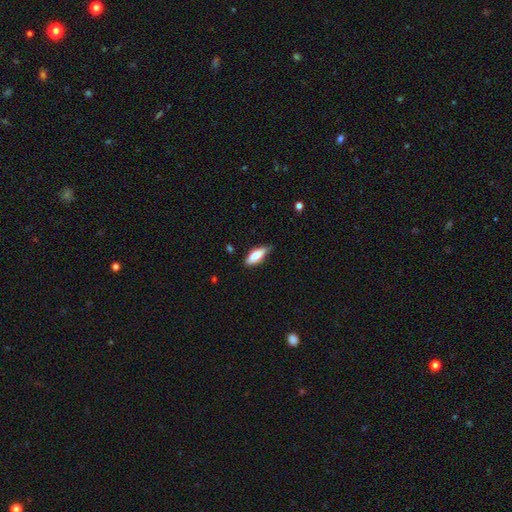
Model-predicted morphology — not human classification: type=smooth (78%); roundness=in between (65%); merging=none (66%).